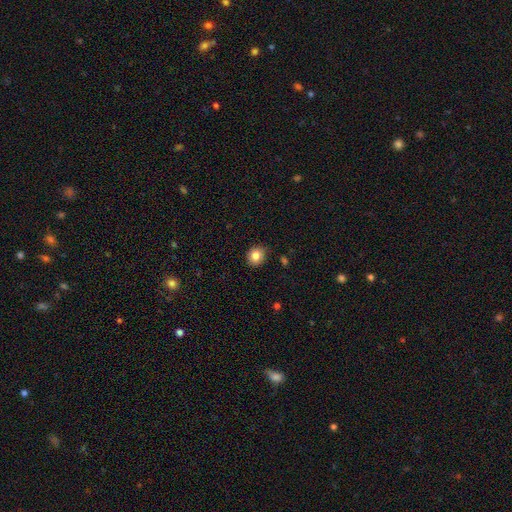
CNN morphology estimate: Q: Smooth or featured?
A: smooth (83%); runner-up: star or artifact (10%)
Q: How rounded?
A: round (83%); runner-up: in between (16%)
Q: Merging?
A: none (86%); runner-up: minor disturbance (11%)